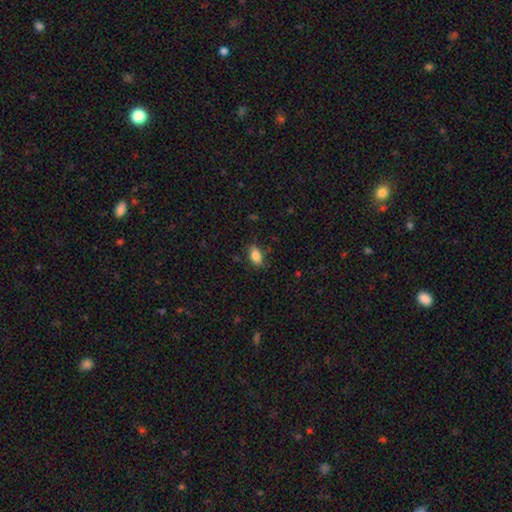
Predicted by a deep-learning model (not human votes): Smooth or featured? Predicted: smooth (p=0.84). How rounded? Predicted: in between (p=0.87). Merging? Predicted: none (p=0.80).